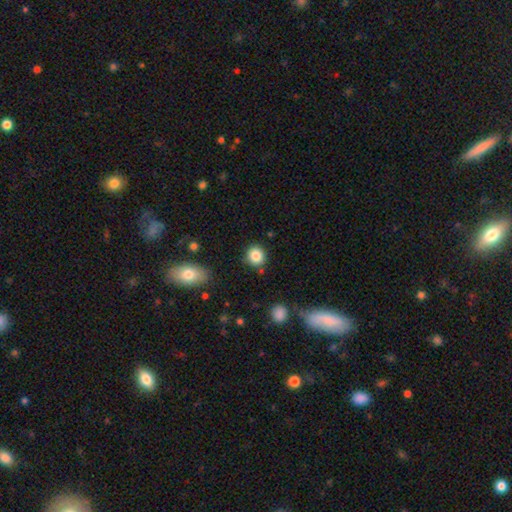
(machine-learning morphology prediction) This appears to be a smooth galaxy with no disk features (85%) that is round (83%). Merging: none (83%).